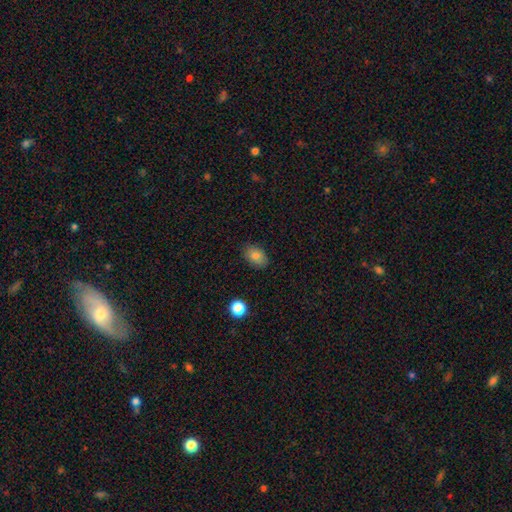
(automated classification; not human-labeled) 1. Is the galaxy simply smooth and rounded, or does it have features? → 82% smooth, 9% star or artifact, 9% featured or disk.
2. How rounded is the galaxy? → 86% in between, 13% round, 1% cigar-shaped.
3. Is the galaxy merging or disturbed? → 85% none, 11% minor disturbance, 3% major disturbance, 1% merger.